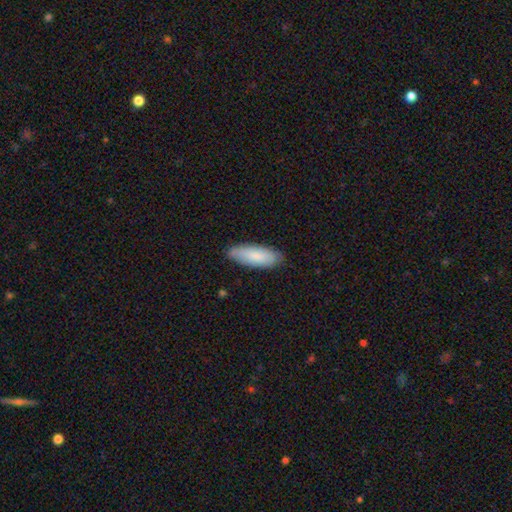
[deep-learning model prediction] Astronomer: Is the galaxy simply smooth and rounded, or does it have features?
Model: smooth — 79%.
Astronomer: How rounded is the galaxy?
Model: in between — 69%.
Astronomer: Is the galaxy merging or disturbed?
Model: none — 82%.